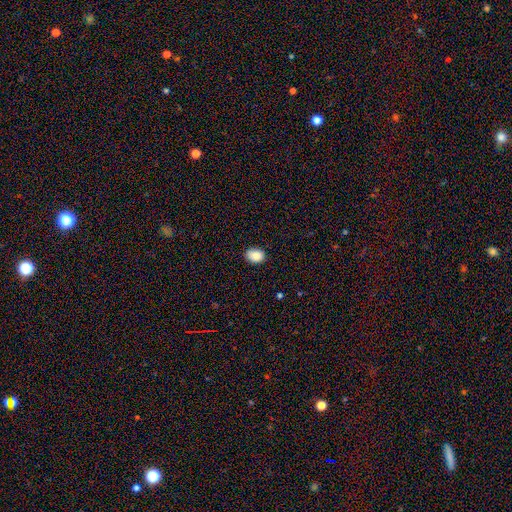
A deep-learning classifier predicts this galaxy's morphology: A smooth galaxy with no disk features (88%) that is in between round and cigar-shaped (70%). Merging: none (83%).